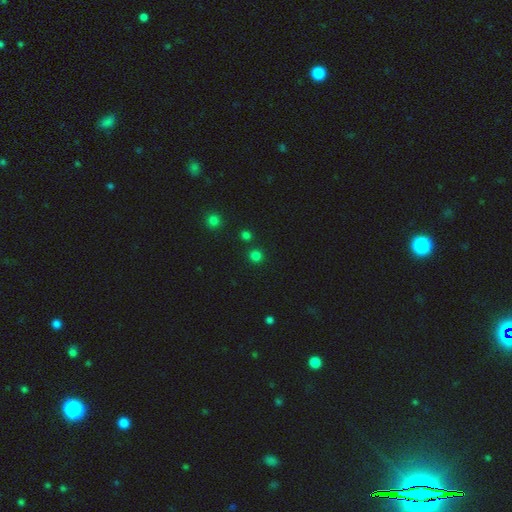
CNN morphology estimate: Overall: smooth (77%). How rounded: round (92%). Merging: none (86%).